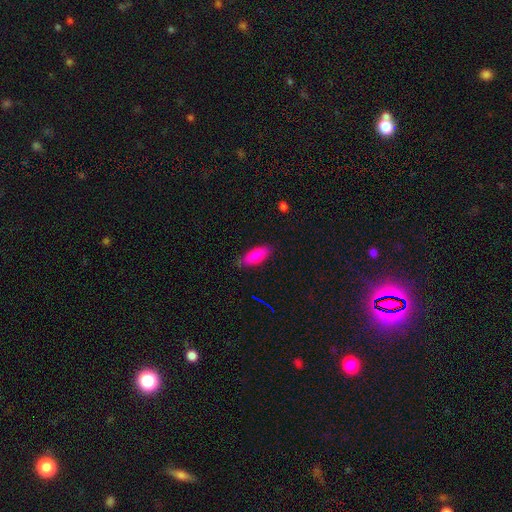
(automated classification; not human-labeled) The model was most divided on "how rounded": in between: 75%, cigar-shaped: 23%, round: 2%. More confident: smooth or featured — smooth (85%); merging — none (81%).